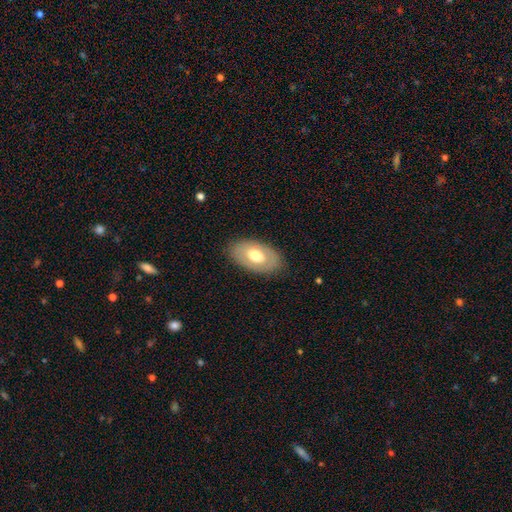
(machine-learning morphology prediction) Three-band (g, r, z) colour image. It shows a smooth galaxy with no disk features (58%) that is in between round and cigar-shaped (92%). Merging: none (84%).